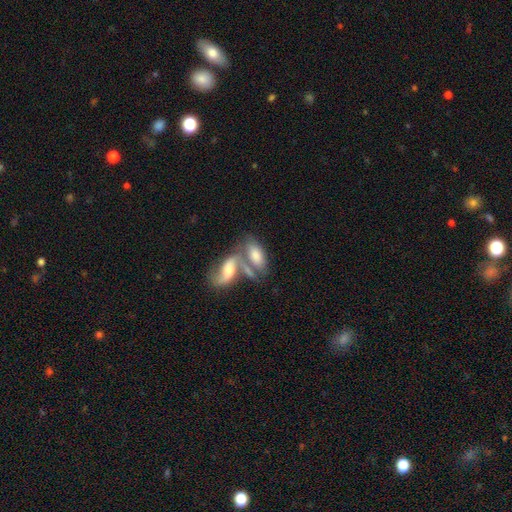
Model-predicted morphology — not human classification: This appears to be a smooth galaxy with no disk features (62%) that is in between round and cigar-shaped (84%). Merging: merger (62%).